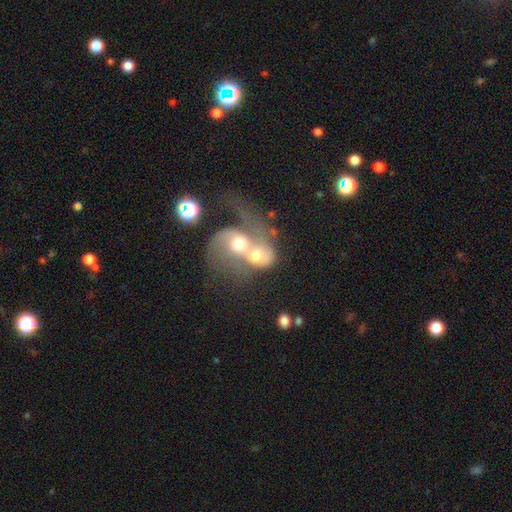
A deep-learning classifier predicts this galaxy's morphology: featured or disk 55%, smooth 36%, star or artifact 9%. Down the decision tree: edge-on disk — no (96%); bar — no (73%); spiral arms — yes (69%); bulge size — moderate (61%); merging — merger (82%).